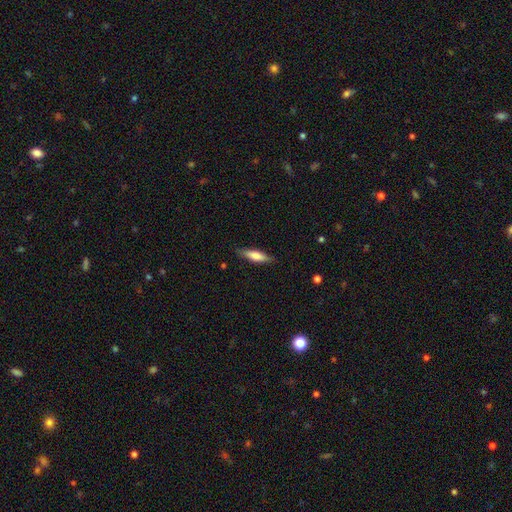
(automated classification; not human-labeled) A smooth galaxy with no disk features (66%) that is cigar-shaped (67%).

Vote fractions:
- Smooth or featured? smooth: 66% / featured or disk: 28% / star or artifact: 6%
- How rounded? cigar-shaped: 67% / in between: 32% / round: 2%
- Merging? none: 84% / minor disturbance: 12% / major disturbance: 2% / merger: 1%